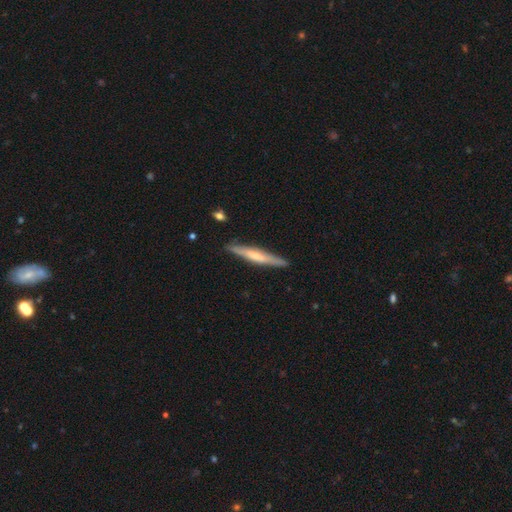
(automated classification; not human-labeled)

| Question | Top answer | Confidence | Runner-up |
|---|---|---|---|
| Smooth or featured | featured or disk | 52% | smooth (43%) |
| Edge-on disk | yes | 93% | no (7%) |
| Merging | none | 88% | minor disturbance (9%) |